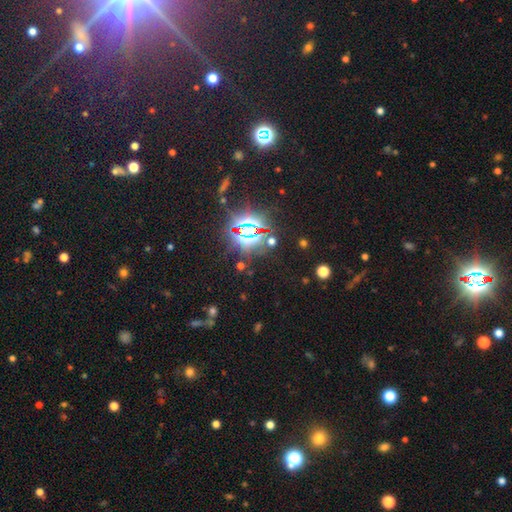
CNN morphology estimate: Smooth or featured? star or artifact (80%)